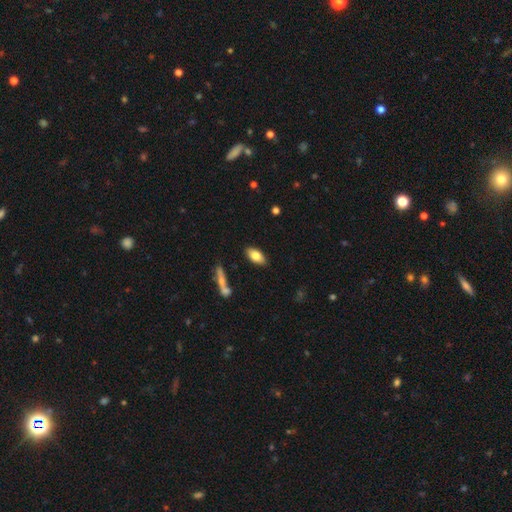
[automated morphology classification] A smooth galaxy with no disk features (77%) that is in between round and cigar-shaped (89%).

Vote fractions:
- Smooth or featured? smooth: 77% / featured or disk: 17% / star or artifact: 7%
- How rounded? in between: 89% / cigar-shaped: 8% / round: 3%
- Merging? none: 86% / minor disturbance: 10% / merger: 3% / major disturbance: 2%